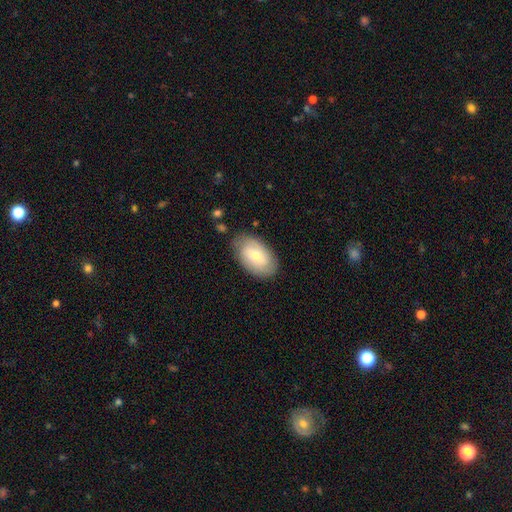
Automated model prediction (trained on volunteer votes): This appears to be a smooth galaxy with no disk features (61%) that is in between round and cigar-shaped (92%). Merging: none (79%).